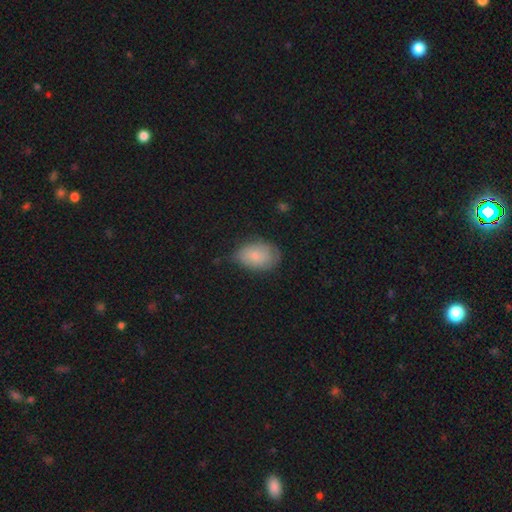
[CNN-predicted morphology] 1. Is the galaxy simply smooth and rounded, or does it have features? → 77% smooth, 16% featured or disk, 7% star or artifact.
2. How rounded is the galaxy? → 84% in between, 14% round, 1% cigar-shaped.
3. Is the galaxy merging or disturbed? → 63% none, 30% minor disturbance, 6% major disturbance, 1% merger.